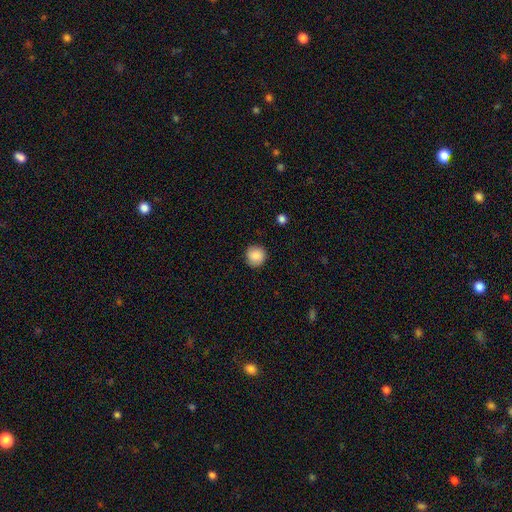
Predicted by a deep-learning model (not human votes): smooth-or-featured: smooth: 88% | star or artifact: 8% | featured or disk: 4%
  how-rounded: round: 93% | in between: 6% | cigar-shaped: 1%
  merging: none: 90% | minor disturbance: 7% | major disturbance: 2% | merger: 1%